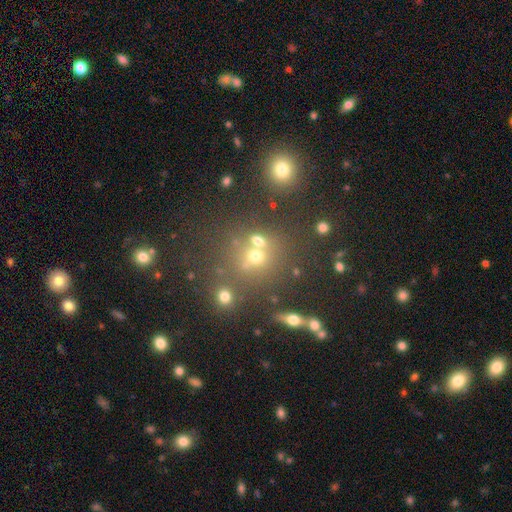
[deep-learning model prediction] smooth 47%, star or artifact 39%, featured or disk 14%. Down the decision tree: merging — none (64%).